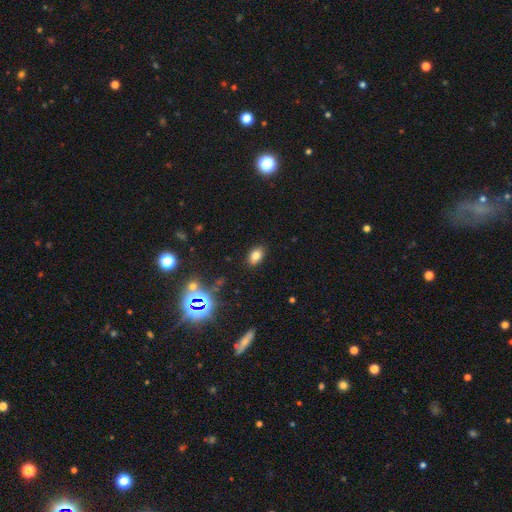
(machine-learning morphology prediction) smooth_or_featured: smooth (p=0.77) [alt: star or artifact p=0.15]
how_rounded: in between (p=0.87) [alt: round p=0.12]
merging: none (p=0.88) [alt: minor disturbance p=0.09]